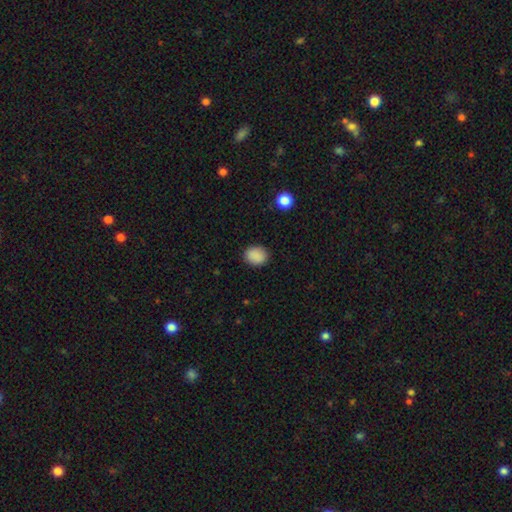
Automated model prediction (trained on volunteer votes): Morphology: type=smooth (88%); roundness=round (60%); merging=none (88%).